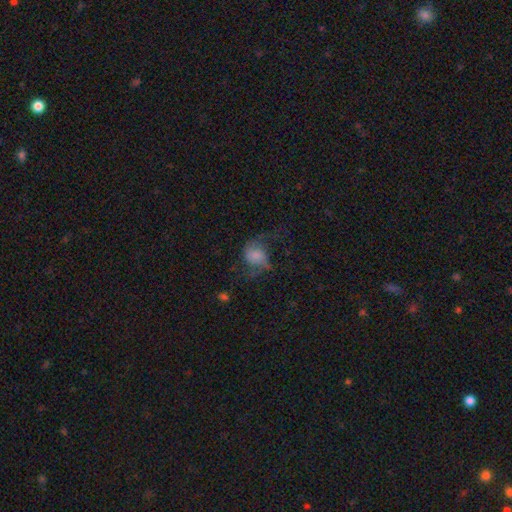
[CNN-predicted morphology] This appears to be a featured or disk galaxy (47%). Merging: none (40%).